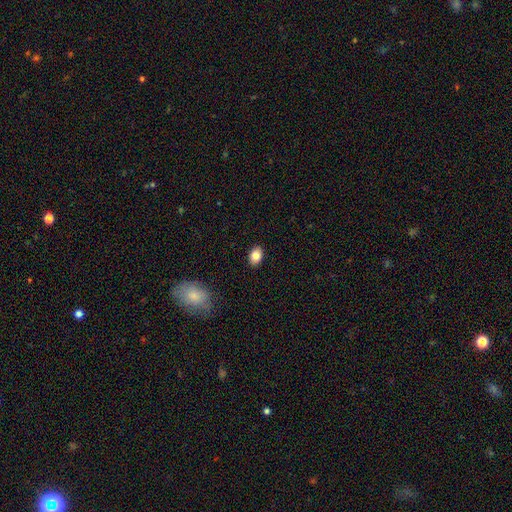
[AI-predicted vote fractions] smooth 84%, star or artifact 8%, featured or disk 8%. Down the decision tree: how rounded — in between (81%); merging — none (89%).